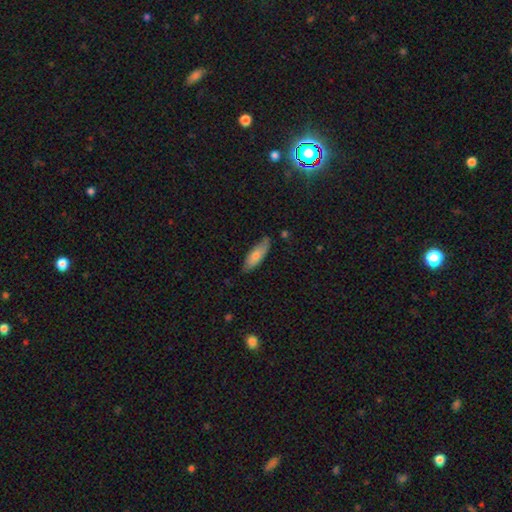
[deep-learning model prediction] Smooth or featured? Predicted: smooth (p=0.77). How rounded? Predicted: in between (p=0.60). Merging? Predicted: none (p=0.72).